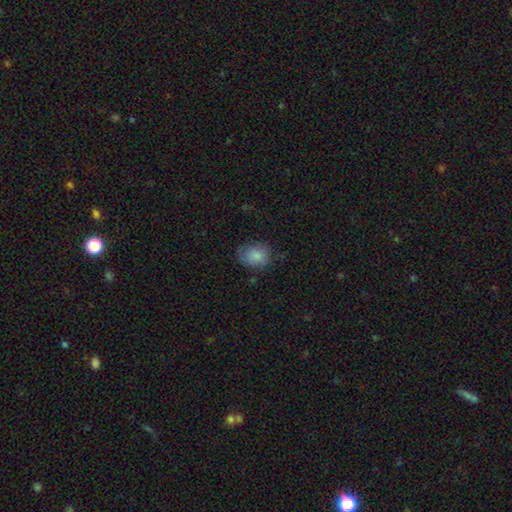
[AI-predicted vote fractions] Smooth or featured?
  - smooth: 85% *
  - star or artifact: 8%
  - featured or disk: 7%
How rounded?
  - in between: 50% * (tied)
  - round: 50% * (tied)
  - cigar-shaped: 1%
Merging?
  - none: 69% *
  - minor disturbance: 23%
  - major disturbance: 7%
  - merger: 1%